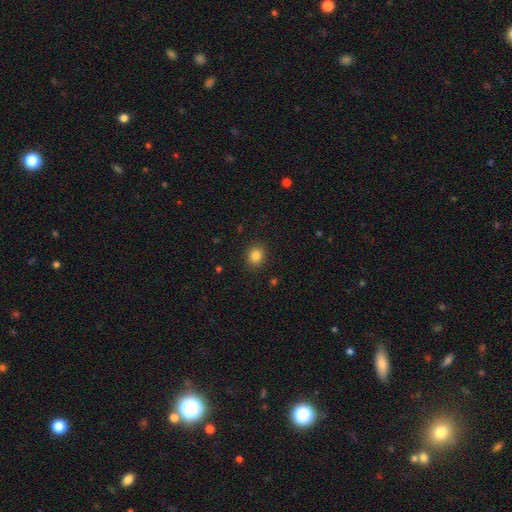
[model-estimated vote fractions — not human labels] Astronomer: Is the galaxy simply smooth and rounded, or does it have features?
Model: smooth — 84%.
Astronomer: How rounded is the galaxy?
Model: round — 73%.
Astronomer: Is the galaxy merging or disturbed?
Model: none — 90%.